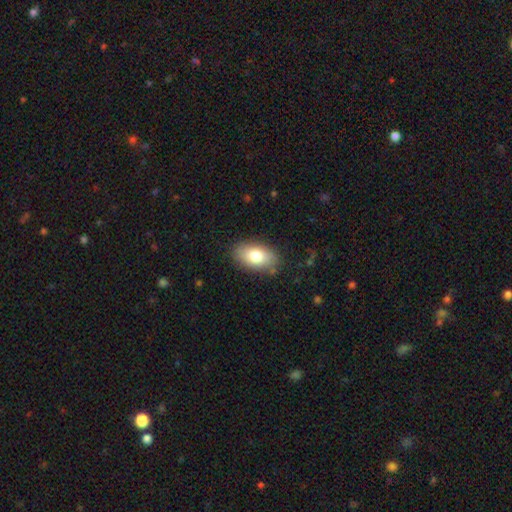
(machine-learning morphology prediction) The model was most divided on "smooth or featured": smooth: 79%, featured or disk: 14%, star or artifact: 7%. More confident: how rounded — in between (92%); merging — none (83%).